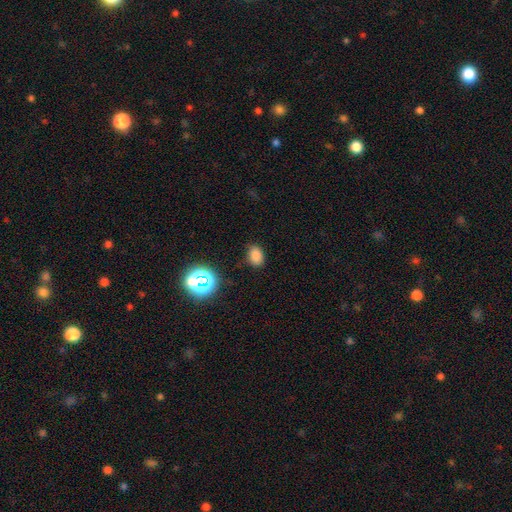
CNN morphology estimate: Q: Smooth or featured?
A: smooth (78%); runner-up: star or artifact (17%)
Q: How rounded?
A: in between (79%); runner-up: round (20%)
Q: Merging?
A: none (82%); runner-up: minor disturbance (13%)